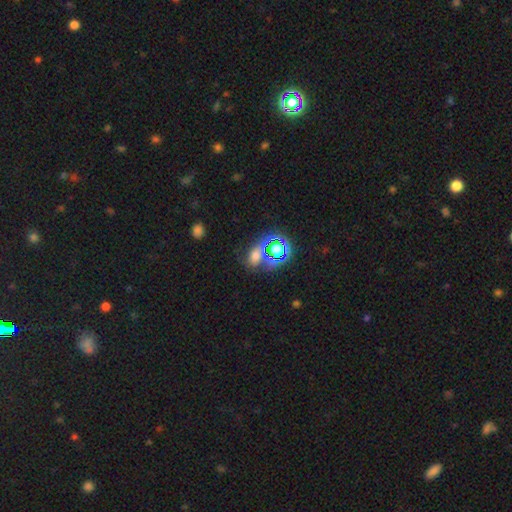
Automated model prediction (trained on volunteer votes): smooth_or_featured: smooth (p=0.43) [alt: star or artifact p=0.40]
merging: none (p=0.51) [alt: merger p=0.21]